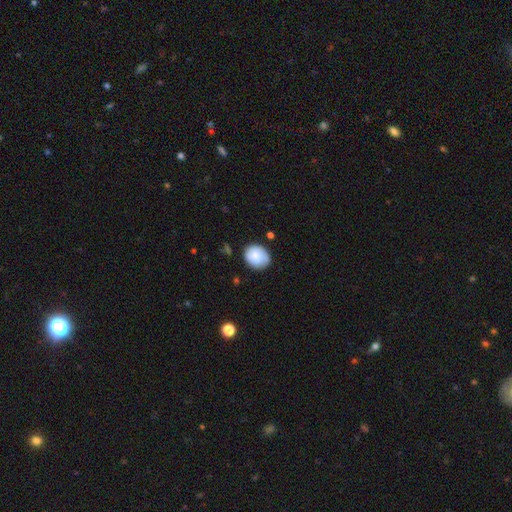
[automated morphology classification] Smooth or featured: smooth — 73% (featured or disk — 20%)
How rounded: round — 62% (in between — 38%)
Merging: none — 74% (minor disturbance — 20%)